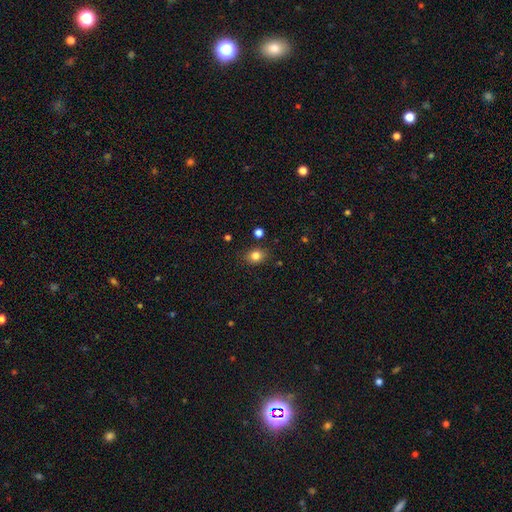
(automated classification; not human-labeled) smooth-or-featured: smooth: 82% | star or artifact: 12% | featured or disk: 6%
  how-rounded: round: 52% | in between: 47% | cigar-shaped: 1%
  merging: none: 83% | minor disturbance: 11% | merger: 3% | major disturbance: 3%